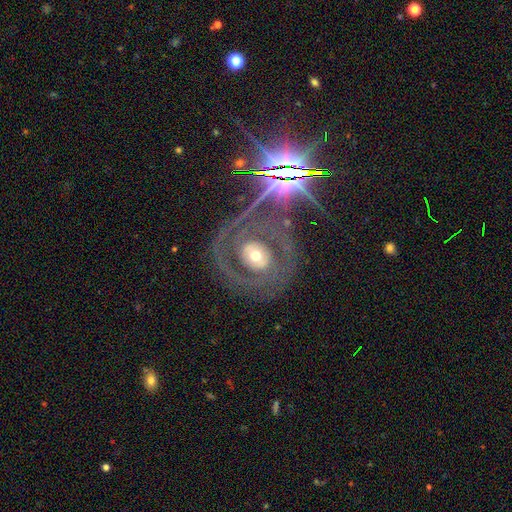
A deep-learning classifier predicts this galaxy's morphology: This appears to be a featured or disk galaxy (73%) with no bar (61%), spiral arms (67%) and a moderate central bulge (65%). Merging: none (72%).